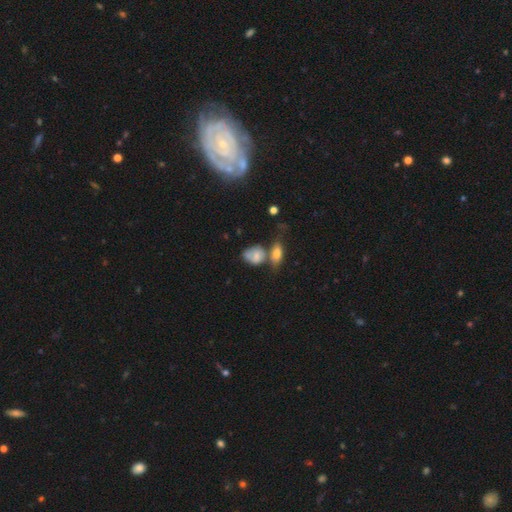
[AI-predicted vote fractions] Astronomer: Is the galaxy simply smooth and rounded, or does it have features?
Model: smooth — 72%.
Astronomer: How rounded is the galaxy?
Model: in between — 60% (runner-up: round, 37%).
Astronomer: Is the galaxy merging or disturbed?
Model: merger — 35% (runner-up: none, 33%).